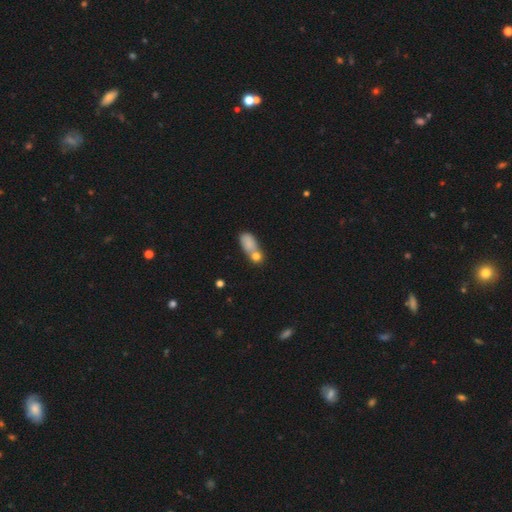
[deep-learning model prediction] Q: Smooth or featured?
A: smooth (58%); runner-up: star or artifact (24%)
Q: How rounded?
A: in between (66%); runner-up: round (23%)
Q: Merging?
A: none (44%); runner-up: merger (38%)